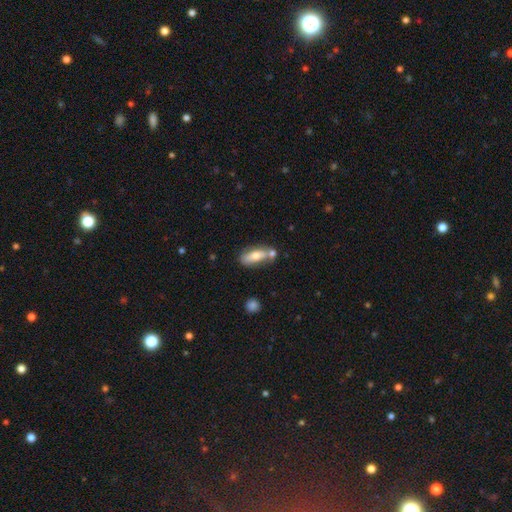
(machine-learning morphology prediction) Smooth or featured?
  - smooth: 65% *
  - featured or disk: 28%
  - star or artifact: 7%
How rounded?
  - in between: 73% *
  - cigar-shaped: 24%
  - round: 3%
Merging?
  - none: 52% *
  - merger: 26%
  - minor disturbance: 16%
  - major disturbance: 5%